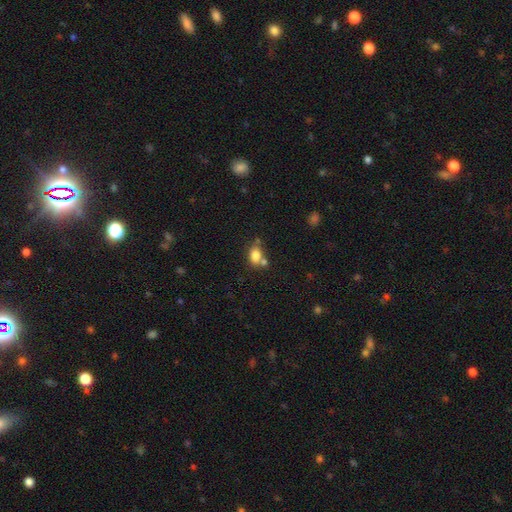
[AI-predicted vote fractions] Q: Smooth or featured?
A: smooth (81%); runner-up: star or artifact (10%)
Q: How rounded?
A: in between (75%); runner-up: round (23%)
Q: Merging?
A: none (52%); runner-up: merger (29%)